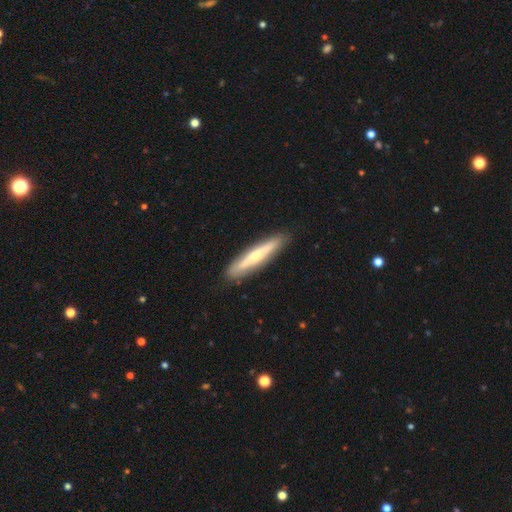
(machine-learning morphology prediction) Smooth or featured? Predicted: featured or disk (p=0.55). Edge-on disk? Predicted: yes (p=0.90). Merging? Predicted: none (p=0.89).